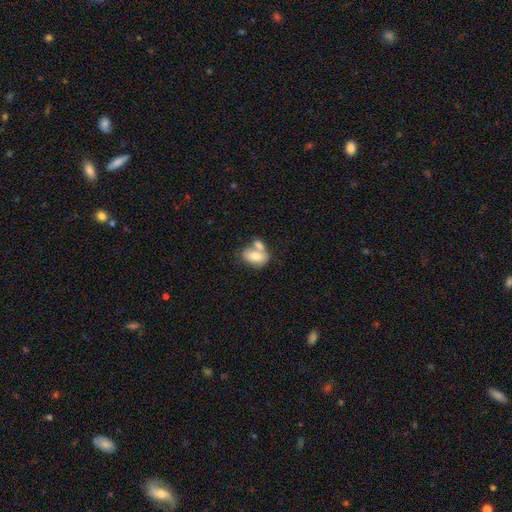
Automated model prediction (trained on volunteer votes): smooth 74%, featured or disk 19%, star or artifact 7%. Down the decision tree: how rounded — in between (86%); merging — merger (52%).